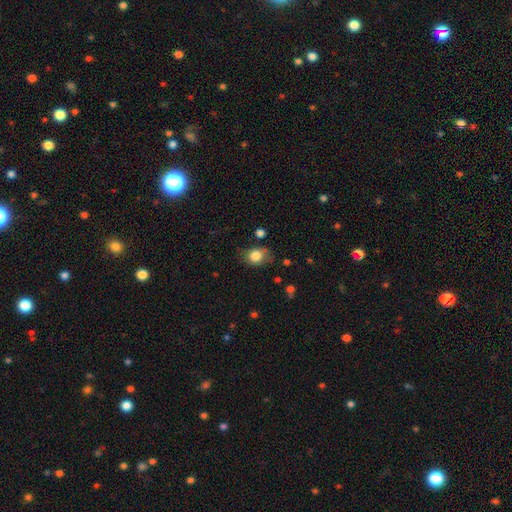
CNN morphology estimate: The model was most divided on "how rounded": round: 50%, in between: 49%, cigar-shaped: 1%. More confident: smooth or featured — smooth (83%); merging — none (64%).